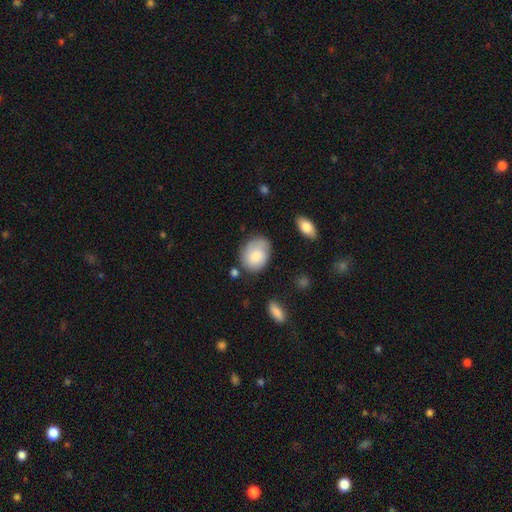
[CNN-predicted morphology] Overall: smooth (77%). How rounded: in between (60%; round 39%). Merging: none (65%; minor disturbance 25%).